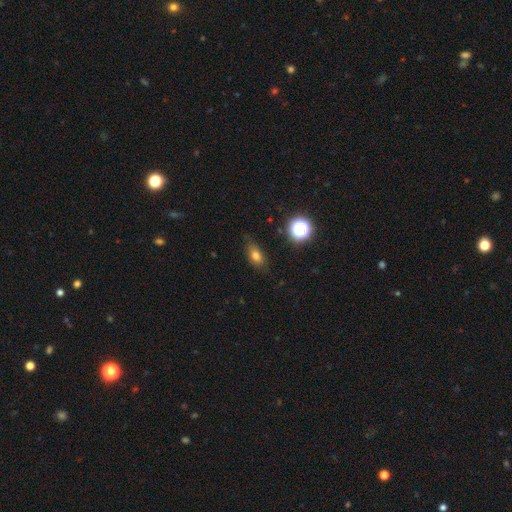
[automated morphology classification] A smooth galaxy with no disk features (73%) that is in between round and cigar-shaped (77%).

Vote fractions:
- Smooth or featured? smooth: 73% / star or artifact: 15% / featured or disk: 12%
- How rounded? in between: 77% / round: 17% / cigar-shaped: 6%
- Merging? none: 75% / minor disturbance: 19% / major disturbance: 4% / merger: 2%